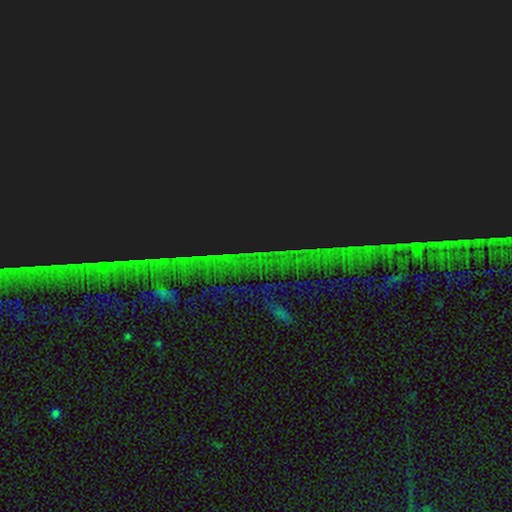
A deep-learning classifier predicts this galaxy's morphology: Smooth or featured?
  - star or artifact: 87% *
  - featured or disk: 7%
  - smooth: 5%